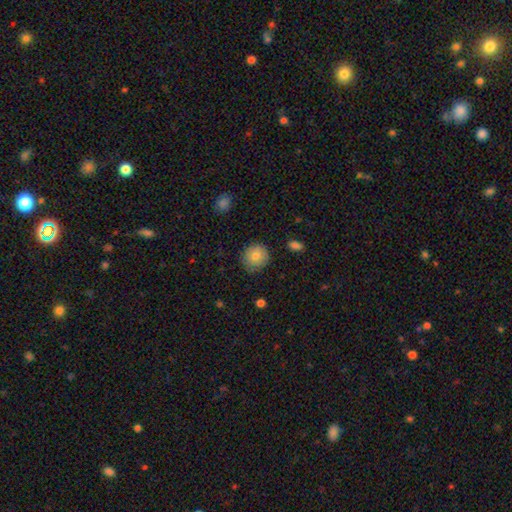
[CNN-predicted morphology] A smooth galaxy with no disk features (82%) that is round (88%).

Vote fractions:
- Smooth or featured? smooth: 82% / featured or disk: 10% / star or artifact: 8%
- How rounded? round: 88% / in between: 11% / cigar-shaped: 1%
- Merging? none: 81% / minor disturbance: 15% / major disturbance: 3% / merger: 1%